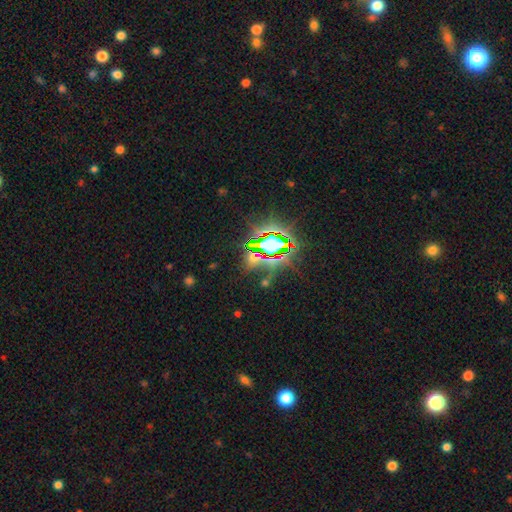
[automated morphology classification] This is likely a star or artifact rather than a galaxy (79%).